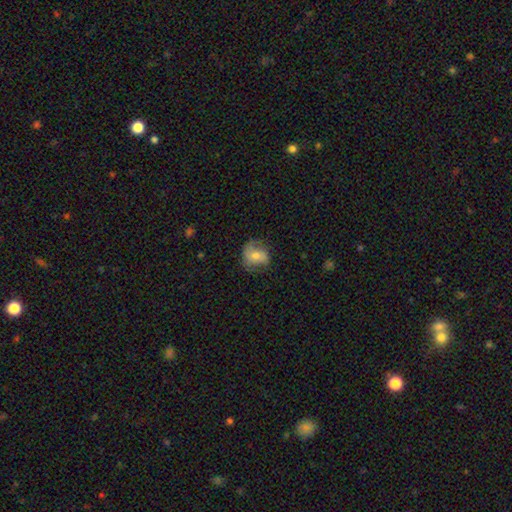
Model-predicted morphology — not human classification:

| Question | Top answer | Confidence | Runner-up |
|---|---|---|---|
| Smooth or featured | smooth | 59% | featured or disk (32%) |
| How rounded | round | 58% | in between (41%) |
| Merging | none | 60% | minor disturbance (26%) |